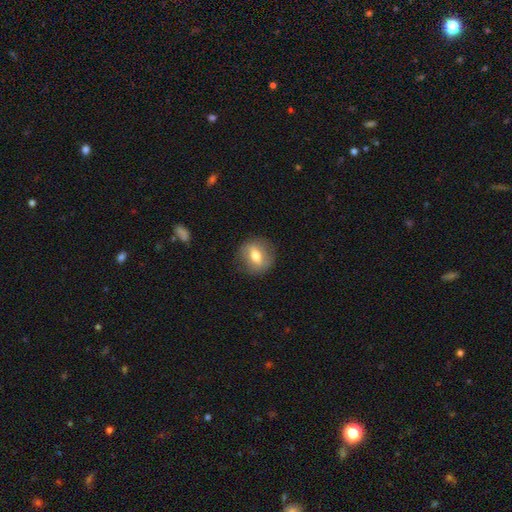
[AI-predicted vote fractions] Morphology: type=smooth (55%); roundness=round (74%); merging=none (84%).